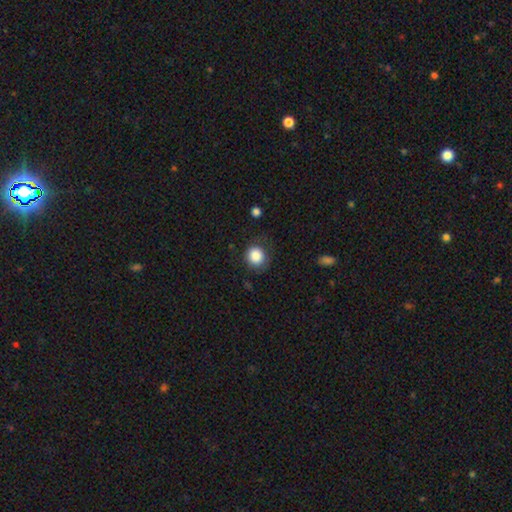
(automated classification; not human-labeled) This appears to be a smooth galaxy with no disk features (86%) that is round (86%). Merging: none (77%).